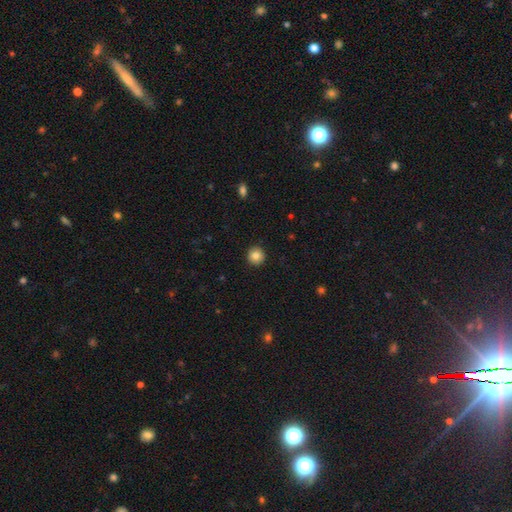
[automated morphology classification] smooth_or_featured: smooth (p=0.84) [alt: star or artifact p=0.09]
how_rounded: round (p=0.95) [alt: in between p=0.04]
merging: none (p=0.93) [alt: minor disturbance p=0.05]